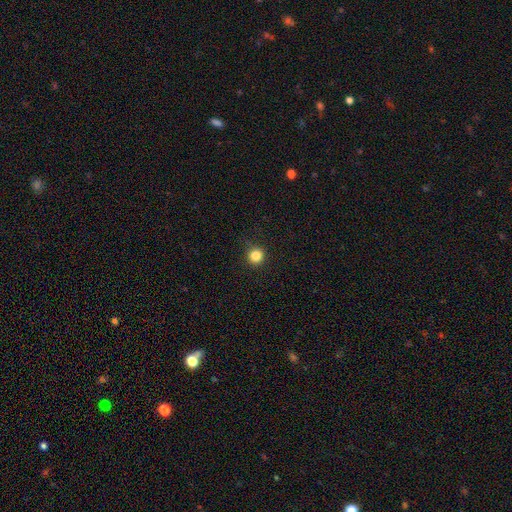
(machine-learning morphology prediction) type=smooth (85%); roundness=round (94%); merging=none (90%).